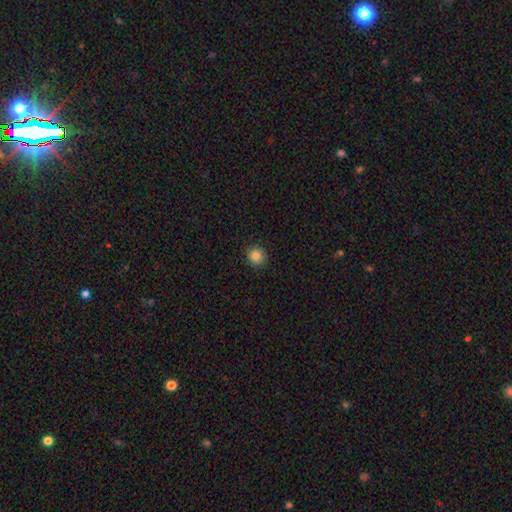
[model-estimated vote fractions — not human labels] This appears to be a smooth galaxy with no disk features (84%) that is round (92%). Merging: none (91%).